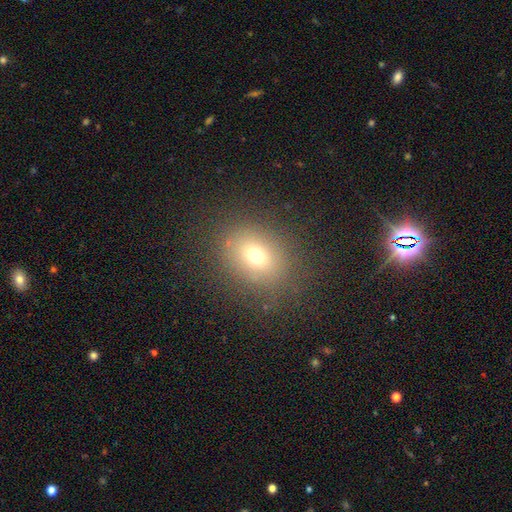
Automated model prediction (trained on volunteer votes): Smooth or featured?
  - smooth: 70% *
  - star or artifact: 17%
  - featured or disk: 14%
How rounded?
  - in between: 51% *
  - round: 48%
  - cigar-shaped: 1%
Merging?
  - none: 83% *
  - minor disturbance: 10%
  - major disturbance: 5%
  - merger: 1%